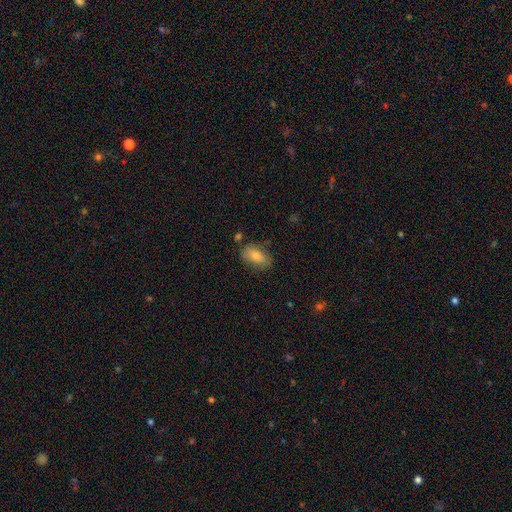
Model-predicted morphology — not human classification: Overall: smooth (73%). How rounded: in between (89%). Merging: none (74%).